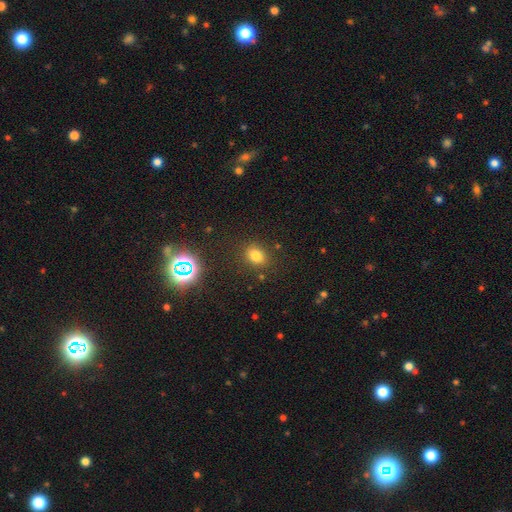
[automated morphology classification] Q: Smooth or featured?
A: smooth (75%); runner-up: star or artifact (18%)
Q: How rounded?
A: in between (61%); runner-up: round (38%)
Q: Merging?
A: none (84%); runner-up: minor disturbance (10%)